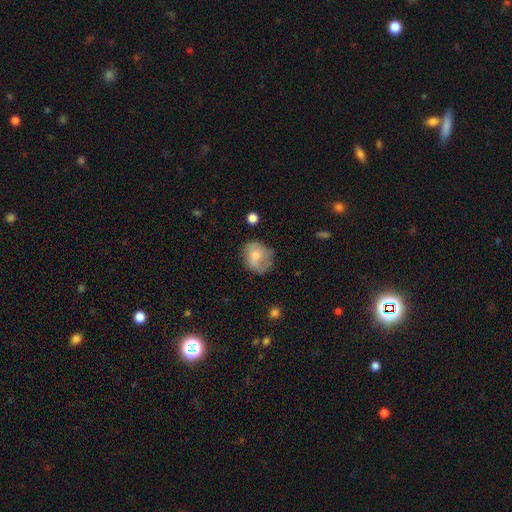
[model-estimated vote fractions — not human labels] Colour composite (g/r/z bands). It shows a smooth galaxy with no disk features (64%) that is round (64%). Merging: none (52%).